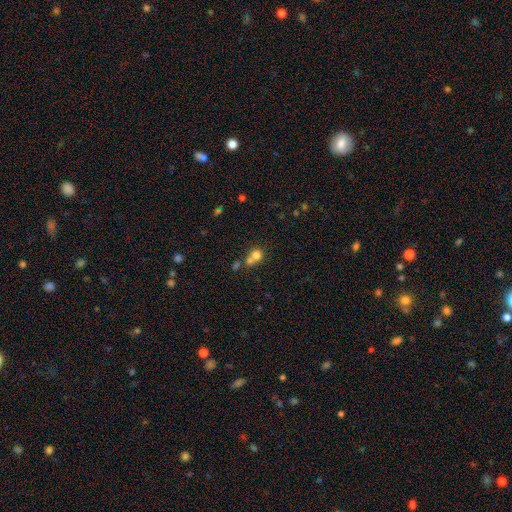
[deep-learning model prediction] Smooth or featured: smooth — 75% (star or artifact — 13%)
How rounded: round — 82% (in between — 17%)
Merging: merger — 53% (none — 36%)